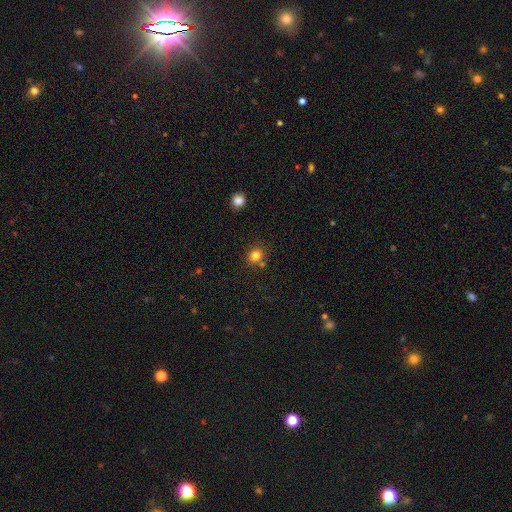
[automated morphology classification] Overall: smooth (80%). How rounded: round (82%). Merging: none (76%).